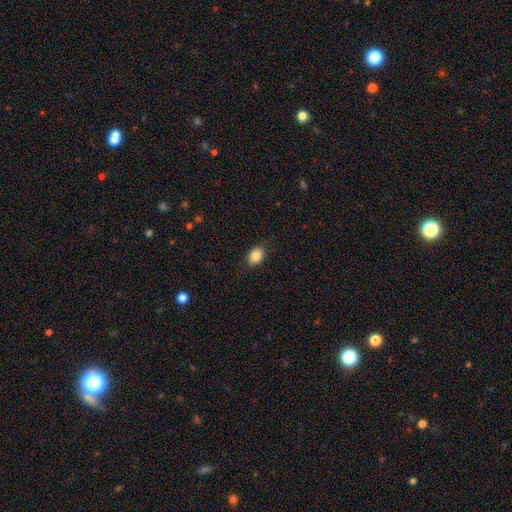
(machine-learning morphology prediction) A smooth galaxy with no disk features (85%) that is in between round and cigar-shaped (68%).

Vote fractions:
- Smooth or featured? smooth: 85% / star or artifact: 9% / featured or disk: 6%
- How rounded? in between: 68% / round: 31% / cigar-shaped: 1%
- Merging? none: 85% / minor disturbance: 12% / major disturbance: 3% / merger: 1%